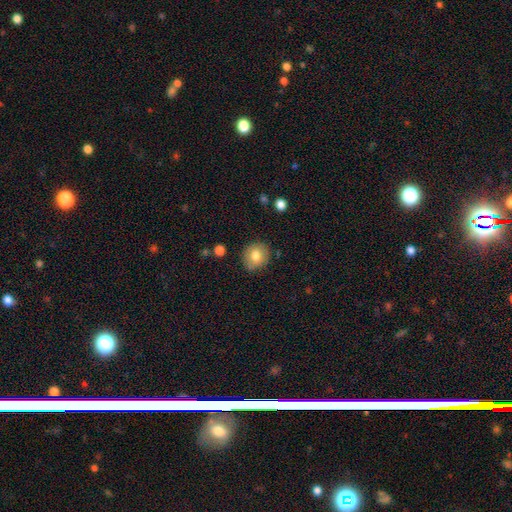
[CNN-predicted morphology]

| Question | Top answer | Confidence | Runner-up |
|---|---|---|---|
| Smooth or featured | smooth | 80% | featured or disk (12%) |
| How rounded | round | 80% | in between (19%) |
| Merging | none | 82% | minor disturbance (13%) |